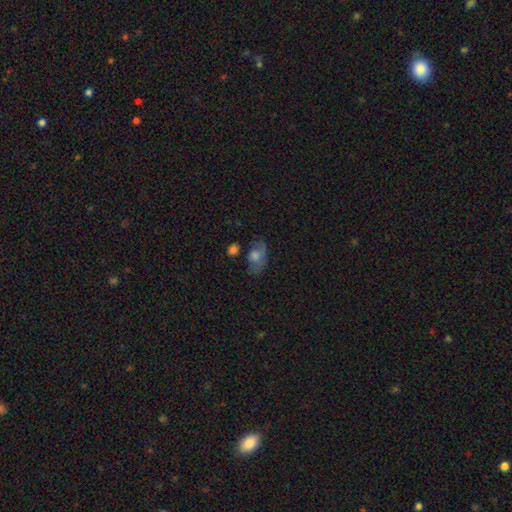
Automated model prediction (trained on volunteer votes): smooth-or-featured: smooth: 60% | featured or disk: 27% | star or artifact: 12%
  how-rounded: in between: 83% | round: 14% | cigar-shaped: 3%
  merging: none: 56% | minor disturbance: 27% | major disturbance: 11% | merger: 6%